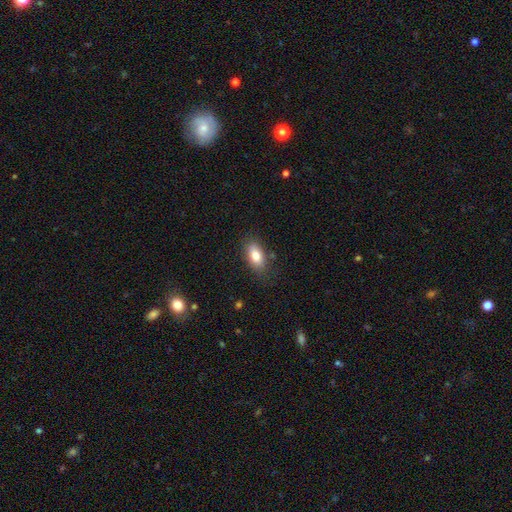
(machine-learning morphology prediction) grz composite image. It shows a smooth galaxy with no disk features (81%) that is in between round and cigar-shaped (88%). Merging: none (79%).